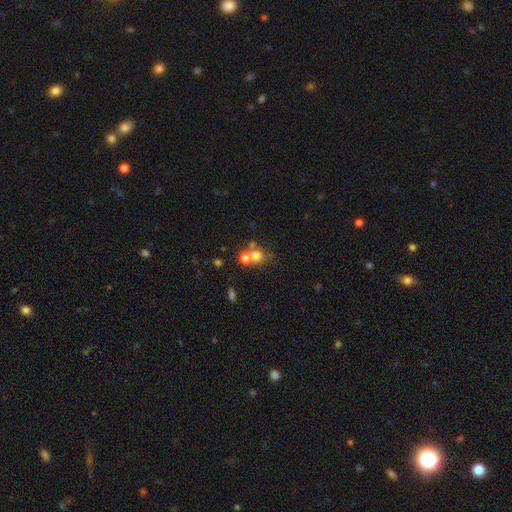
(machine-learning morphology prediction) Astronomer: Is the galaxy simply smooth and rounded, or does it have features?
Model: smooth — 68%.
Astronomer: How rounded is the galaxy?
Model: round — 84%.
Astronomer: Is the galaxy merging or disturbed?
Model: merger — 45% (runner-up: none, 44%).